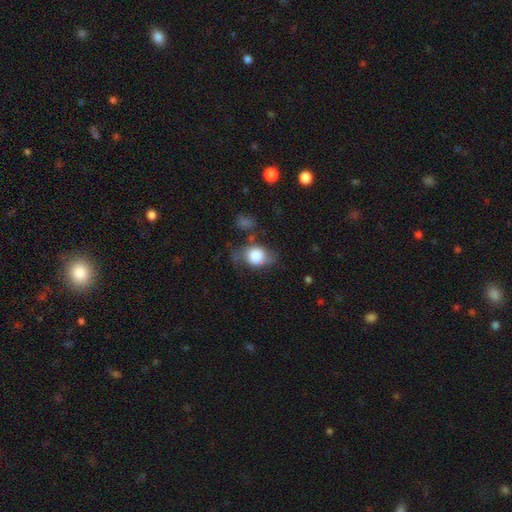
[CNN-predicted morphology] Overall: smooth (74%). How rounded: round (52%; in between 46%). Merging: none (47%; minor disturbance 30%).